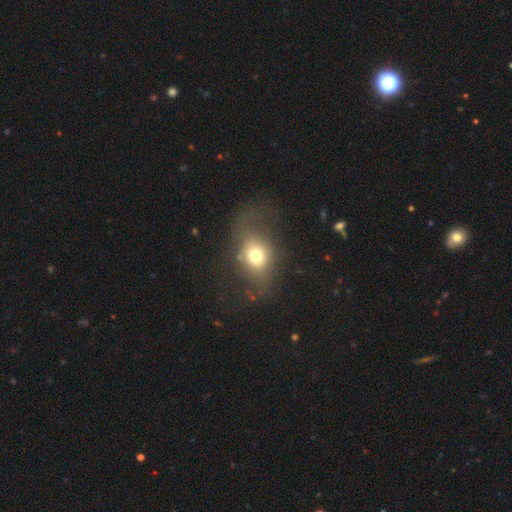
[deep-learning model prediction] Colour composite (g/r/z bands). It shows a smooth galaxy with no disk features (69%) that is in between round and cigar-shaped (52%). Merging: none (51%).